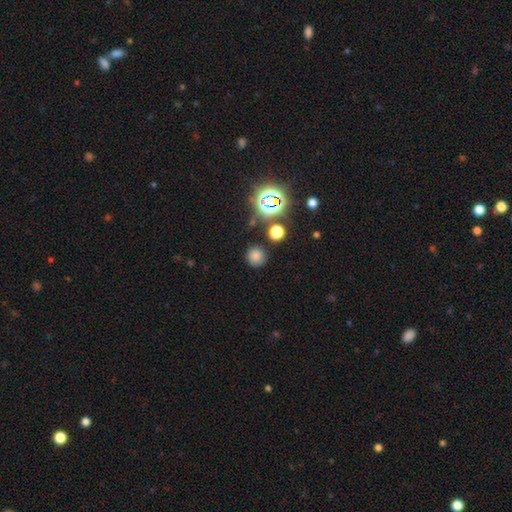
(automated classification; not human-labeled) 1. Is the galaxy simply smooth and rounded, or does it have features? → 73% smooth, 21% star or artifact, 6% featured or disk.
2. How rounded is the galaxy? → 92% round, 7% in between, 1% cigar-shaped.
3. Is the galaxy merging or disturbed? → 85% none, 8% minor disturbance, 3% merger, 3% major disturbance.